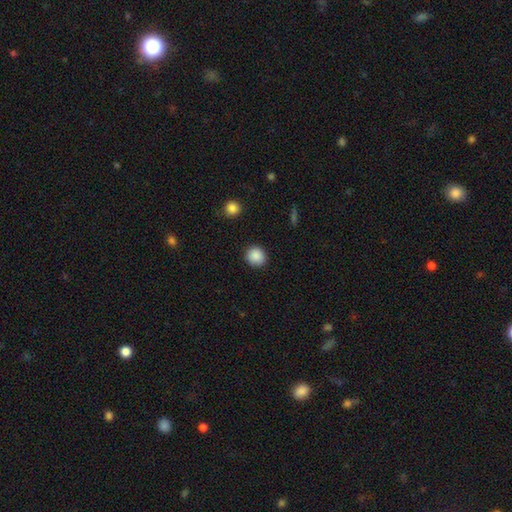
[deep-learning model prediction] Smooth or featured?
  - smooth: 88% *
  - star or artifact: 9%
  - featured or disk: 3%
How rounded?
  - round: 88% *
  - in between: 11%
  - cigar-shaped: 1%
Merging?
  - none: 90% *
  - minor disturbance: 7%
  - major disturbance: 2%
  - merger: 1%